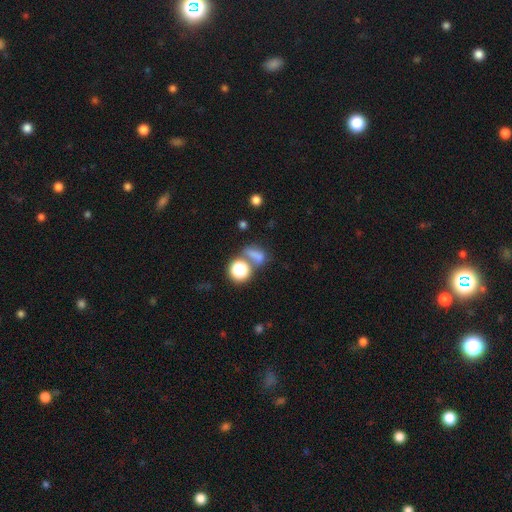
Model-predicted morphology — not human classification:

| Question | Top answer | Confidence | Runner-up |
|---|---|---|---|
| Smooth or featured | smooth | 66% | star or artifact (23%) |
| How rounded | in between | 51% | round (41%) |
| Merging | none | 46% | merger (28%) |